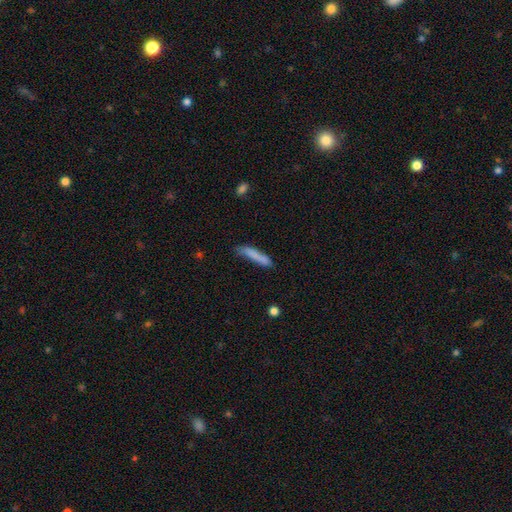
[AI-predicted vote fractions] Overall: smooth (77%). How rounded: cigar-shaped (88%). Merging: none (61%; minor disturbance 26%).